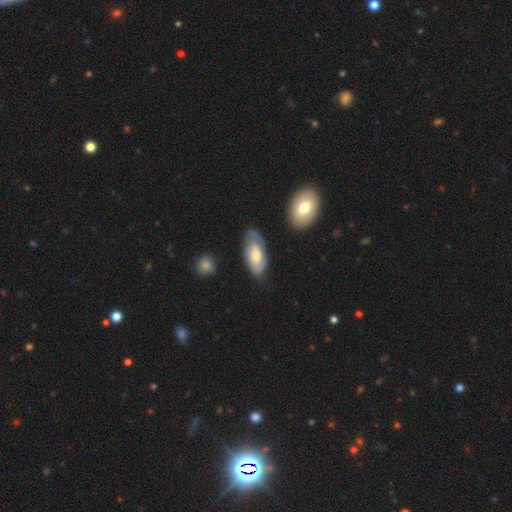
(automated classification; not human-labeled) smooth-or-featured: smooth: 53% | featured or disk: 41% | star or artifact: 6%
  how-rounded: in between: 88% | cigar-shaped: 9% | round: 3%
  merging: none: 60% | minor disturbance: 28% | major disturbance: 9% | merger: 4%